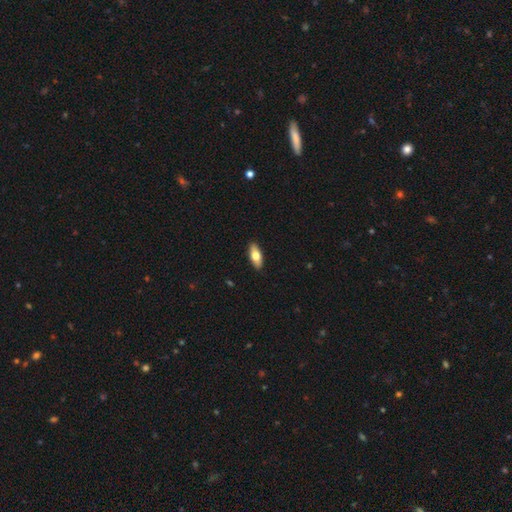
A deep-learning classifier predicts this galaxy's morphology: A smooth galaxy with no disk features (70%) that is in between round and cigar-shaped (78%).

Vote fractions:
- Smooth or featured? smooth: 70% / featured or disk: 24% / star or artifact: 6%
- How rounded? in between: 78% / cigar-shaped: 19% / round: 3%
- Merging? none: 90% / minor disturbance: 7% / major disturbance: 2% / merger: 1%